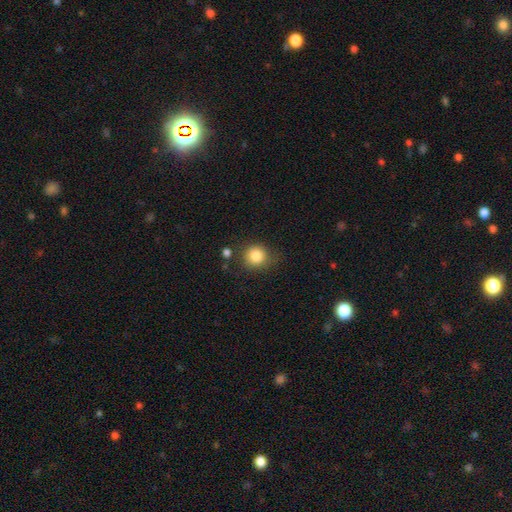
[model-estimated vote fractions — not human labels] This is clearly a smooth galaxy (83%). How rounded: clearly round (88%). Merging: likely none (76%).